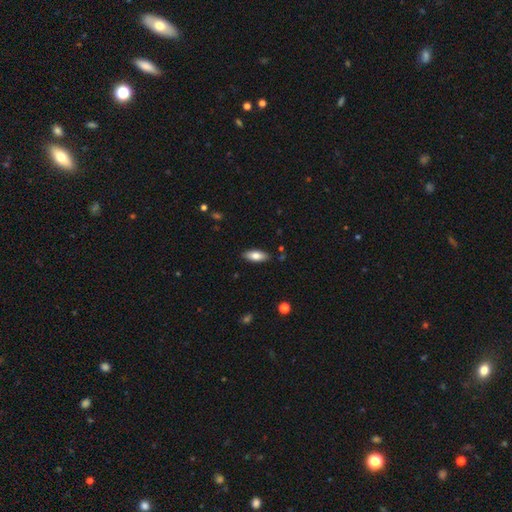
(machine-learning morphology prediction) smooth_or_featured: smooth (p=0.78) [alt: featured or disk p=0.16]
how_rounded: in between (p=0.77) [alt: cigar-shaped p=0.21]
merging: none (p=0.86) [alt: minor disturbance p=0.10]